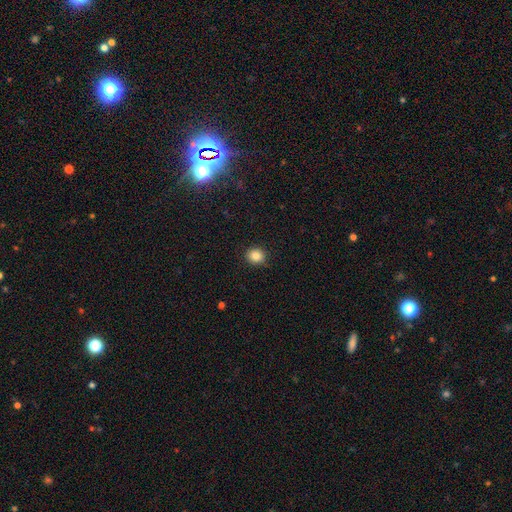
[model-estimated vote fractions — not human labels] This is clearly a smooth galaxy (85%). How rounded: clearly round (84%). Merging: clearly none (89%).